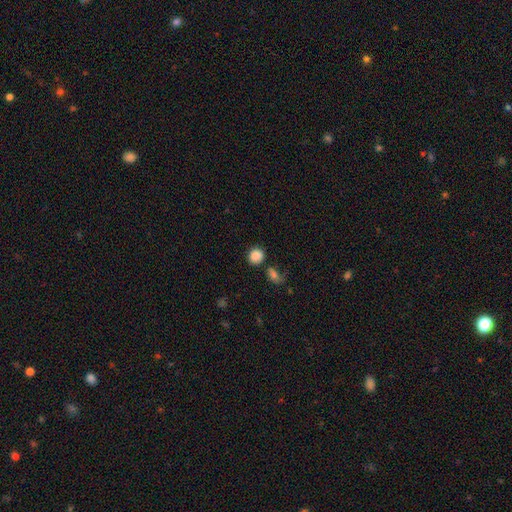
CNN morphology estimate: Smooth or featured: smooth — 86% (star or artifact — 9%)
How rounded: round — 79% (in between — 20%)
Merging: none — 73% (minor disturbance — 13%)